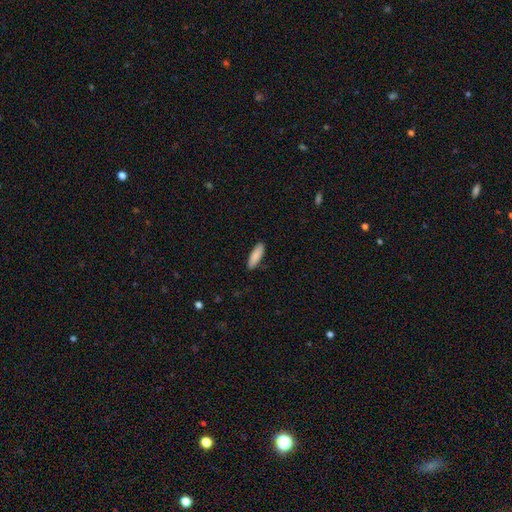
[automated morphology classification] A smooth galaxy with no disk features (88%) that is in between round and cigar-shaped (53%).

Vote fractions:
- Smooth or featured? smooth: 88% / featured or disk: 6% / star or artifact: 5%
- How rounded? in between: 53% / cigar-shaped: 46% / round: 1%
- Merging? none: 88% / minor disturbance: 10% / major disturbance: 2% / merger: 1%